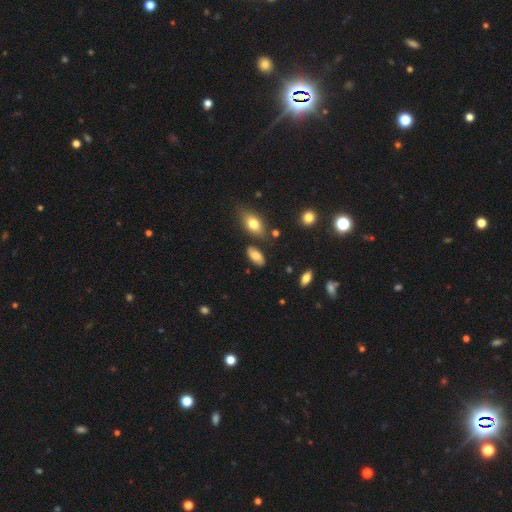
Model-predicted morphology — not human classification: Overall: smooth (76%). How rounded: in between (92%). Merging: none (77%).